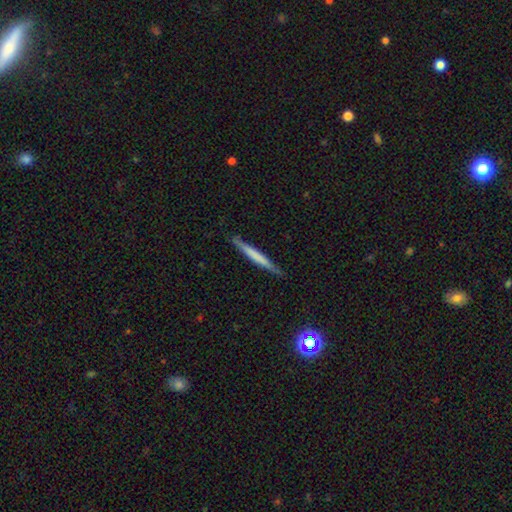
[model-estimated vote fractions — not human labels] Morphology: type=smooth (56%); roundness=cigar-shaped (97%); merging=none (88%).